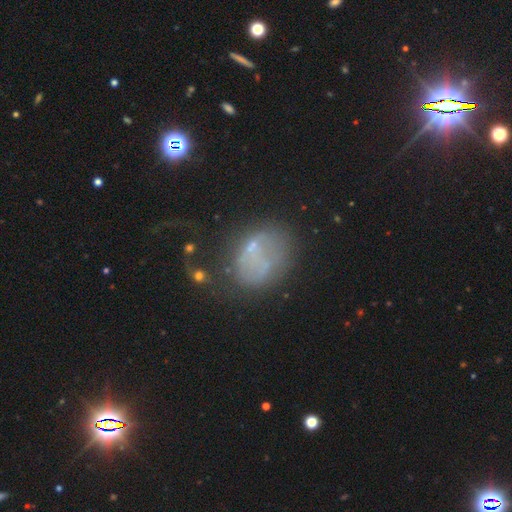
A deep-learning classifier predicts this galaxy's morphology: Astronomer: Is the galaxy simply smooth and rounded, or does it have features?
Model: smooth — 40% (runner-up: featured or disk, 38%).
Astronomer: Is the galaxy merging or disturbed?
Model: none — 39% (runner-up: major disturbance, 26%).